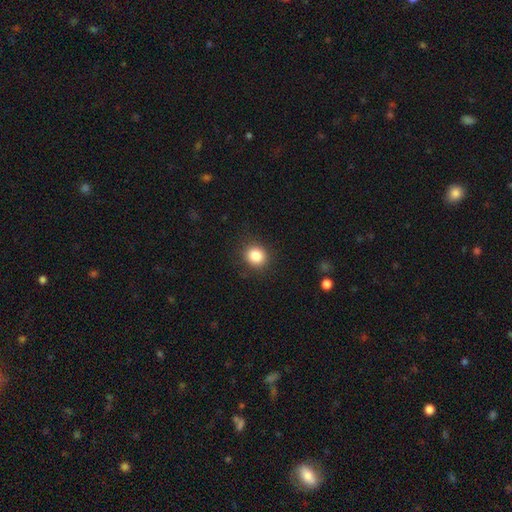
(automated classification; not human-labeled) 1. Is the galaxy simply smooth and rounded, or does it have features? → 85% smooth, 10% star or artifact, 5% featured or disk.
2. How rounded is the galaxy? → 84% round, 15% in between, 1% cigar-shaped.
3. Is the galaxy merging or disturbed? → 88% none, 8% minor disturbance, 3% major disturbance, 1% merger.